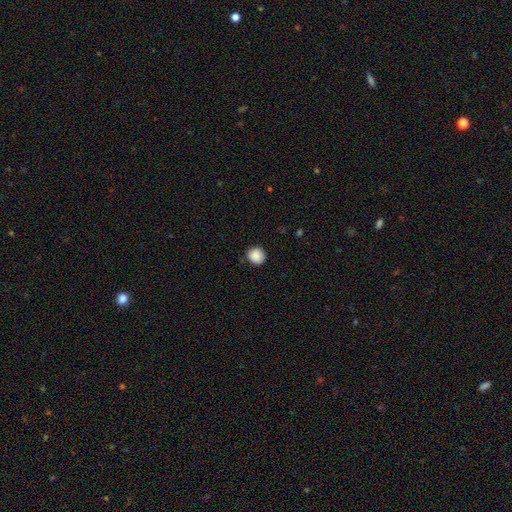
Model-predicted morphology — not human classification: Overall: smooth (88%). How rounded: round (90%). Merging: none (85%).